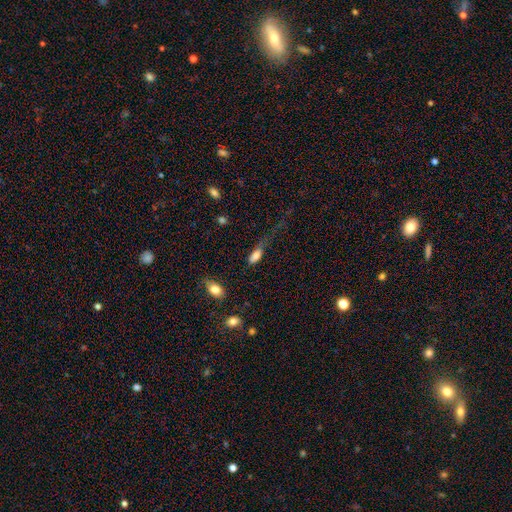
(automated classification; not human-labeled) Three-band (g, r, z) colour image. It shows a smooth galaxy with no disk features (78%) that is in between round and cigar-shaped (75%). Merging: major disturbance (40%).